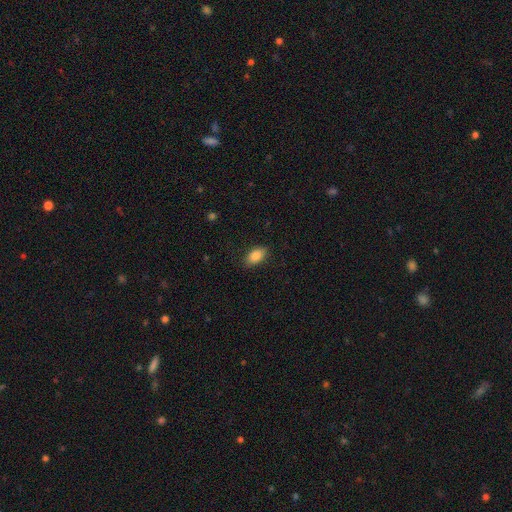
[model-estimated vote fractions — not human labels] This is clearly a smooth galaxy (86%). How rounded: clearly in between (90%). Merging: clearly none (86%).